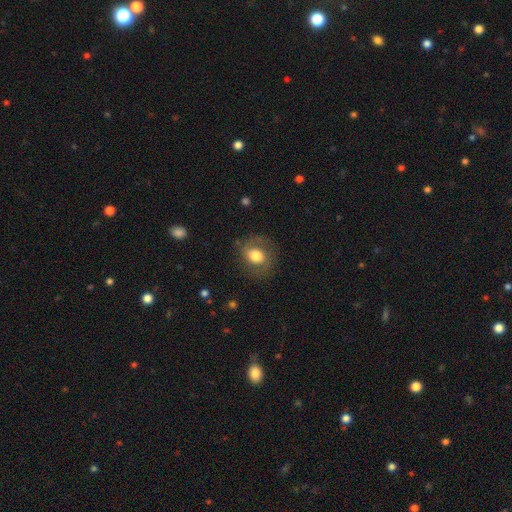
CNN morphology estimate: Overall: smooth (64%; featured or disk 27%). How rounded: round (57%; in between 42%). Merging: none (74%).